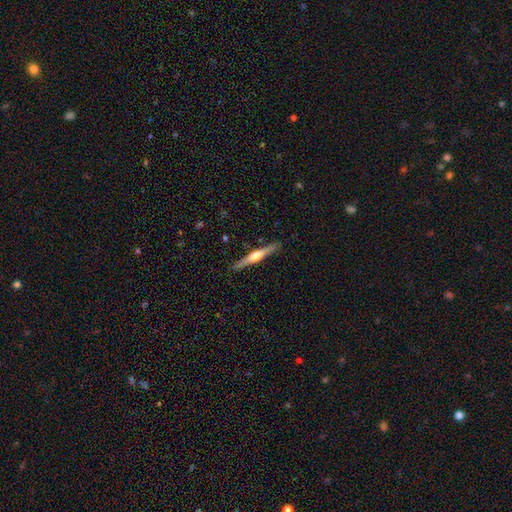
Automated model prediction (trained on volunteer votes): featured or disk 66%, smooth 28%, star or artifact 5%. Down the decision tree: edge-on disk — yes (98%); edge-on bulge — rounded (88%); merging — none (89%).